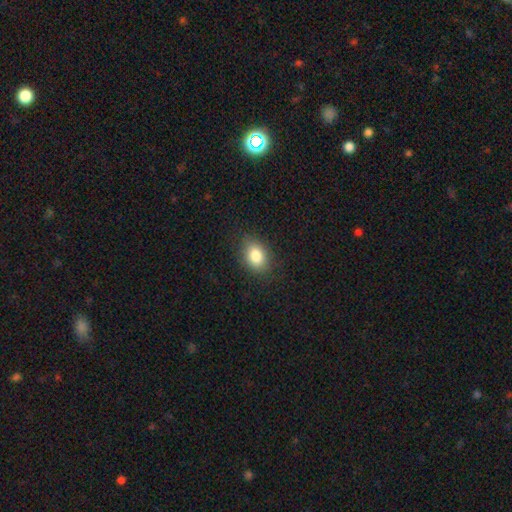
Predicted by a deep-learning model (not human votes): The model was most divided on "how rounded": in between: 74%, round: 25%, cigar-shaped: 1%. More confident: merging — none (84%); smooth or featured — smooth (83%).